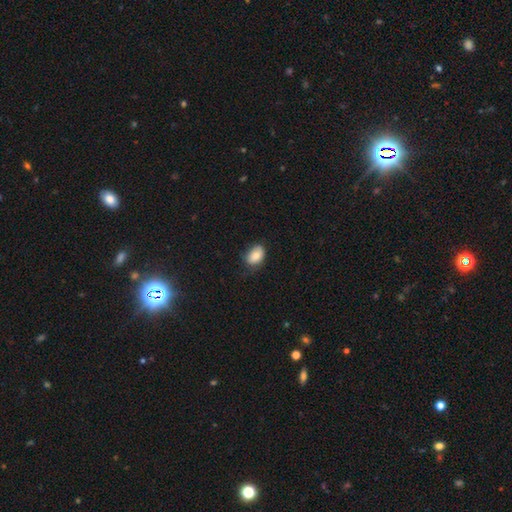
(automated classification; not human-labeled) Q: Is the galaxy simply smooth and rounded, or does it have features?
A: smooth — 81%.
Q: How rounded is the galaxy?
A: in between — 83%.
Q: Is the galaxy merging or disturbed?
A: none — 61%.